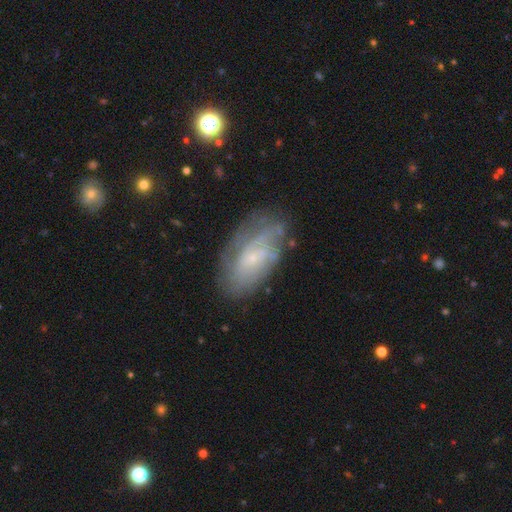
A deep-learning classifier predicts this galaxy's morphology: A featured or disk galaxy (58%) with no bar (67%), spiral arms (69%) and a small central bulge (71%).

Vote fractions:
- Smooth or featured? featured or disk: 58% / smooth: 33% / star or artifact: 9%
- Edge-on disk? no: 91% / yes: 9%
- Bar? no: 67% / weak: 28% / strong: 5%
- Spiral arms? yes: 69% / no: 31%
- Bulge size? small: 71% / moderate: 18% / none: 8% / large: 2% / dominant: 1%
- Merging? none: 64% / minor disturbance: 23% / major disturbance: 10% / merger: 2%